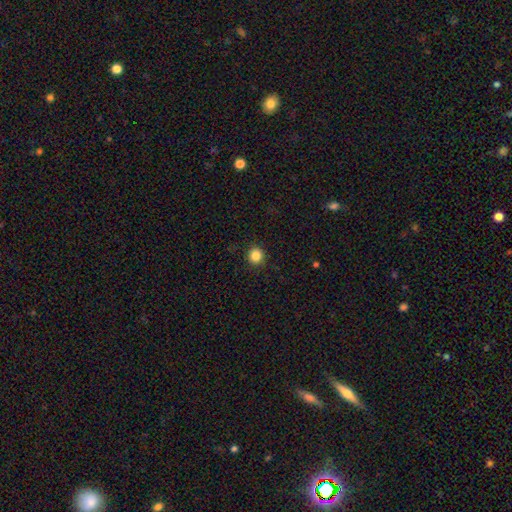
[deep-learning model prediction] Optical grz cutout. It shows a smooth galaxy with no disk features (85%) that is round (93%). Merging: none (92%).